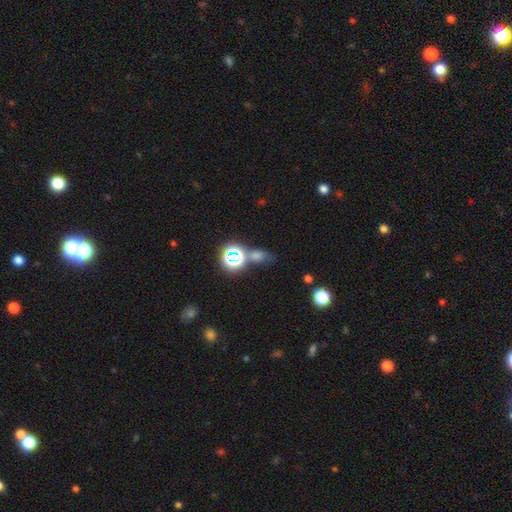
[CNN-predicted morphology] Smooth or featured? star or artifact (46%)